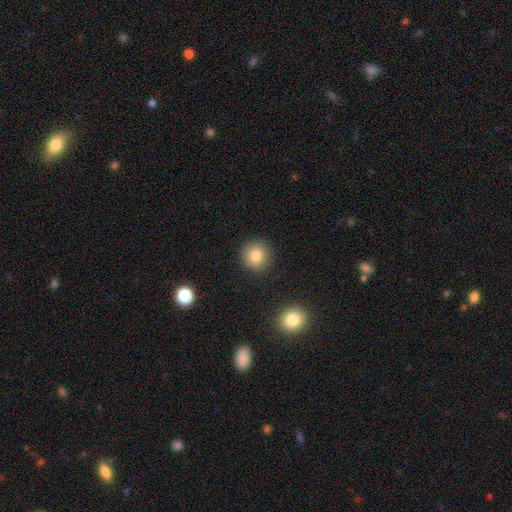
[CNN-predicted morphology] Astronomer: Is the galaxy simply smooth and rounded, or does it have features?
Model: smooth — 83%.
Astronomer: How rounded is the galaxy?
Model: round — 92%.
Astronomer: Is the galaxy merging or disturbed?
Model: none — 90%.